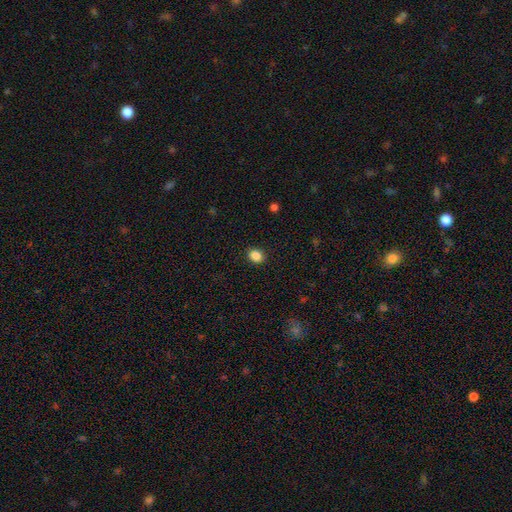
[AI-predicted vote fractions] Smooth or featured: smooth — 86% (star or artifact — 10%)
How rounded: round — 59% (in between — 40%)
Merging: none — 90% (minor disturbance — 7%)